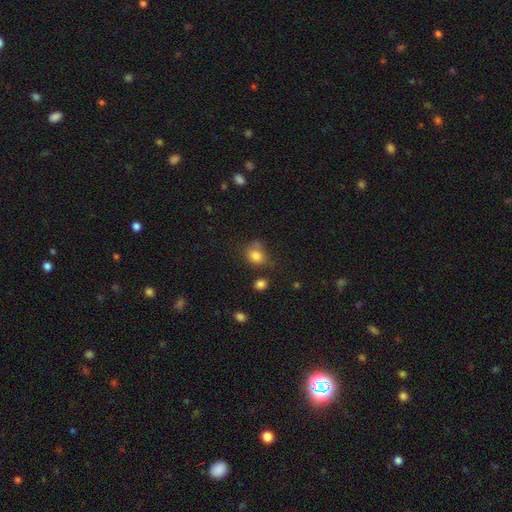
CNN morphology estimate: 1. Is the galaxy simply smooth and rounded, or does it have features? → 81% smooth, 11% star or artifact, 8% featured or disk.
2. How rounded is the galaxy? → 62% round, 37% in between, 1% cigar-shaped.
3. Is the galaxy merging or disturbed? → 50% none, 30% minor disturbance, 12% major disturbance, 8% merger.